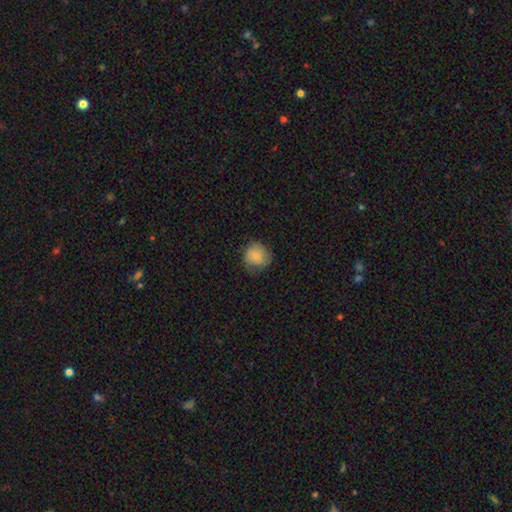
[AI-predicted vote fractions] Smooth or featured: smooth — 81% (featured or disk — 11%)
How rounded: round — 87% (in between — 12%)
Merging: none — 72% (minor disturbance — 21%)